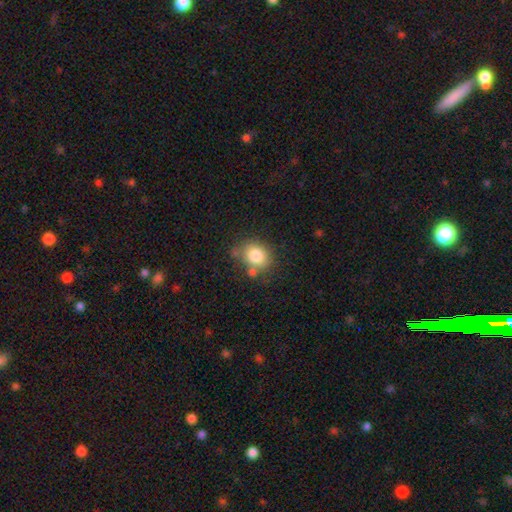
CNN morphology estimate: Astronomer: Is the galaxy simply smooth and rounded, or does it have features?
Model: smooth — 82%.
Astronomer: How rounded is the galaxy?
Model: round — 52% (runner-up: in between, 47%).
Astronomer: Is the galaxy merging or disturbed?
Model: none — 68%.